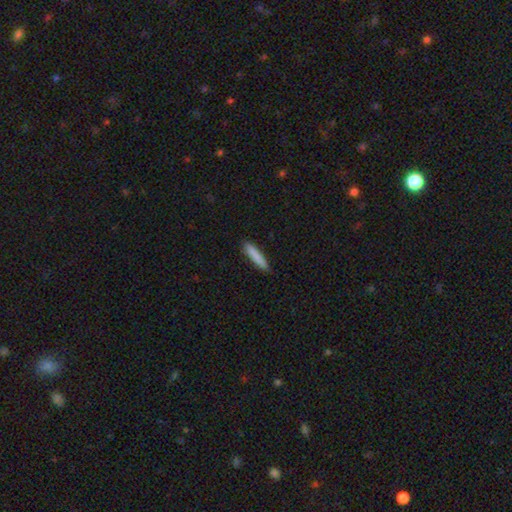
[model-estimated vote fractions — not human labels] Q: Smooth or featured?
A: smooth (85%); runner-up: featured or disk (9%)
Q: How rounded?
A: cigar-shaped (89%); runner-up: in between (10%)
Q: Merging?
A: none (86%); runner-up: minor disturbance (11%)